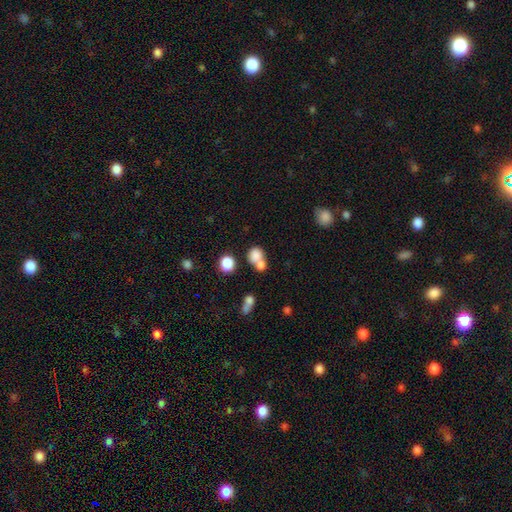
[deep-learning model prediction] Overall: smooth (77%). How rounded: round (70%). Merging: merger (53%; none 34%).